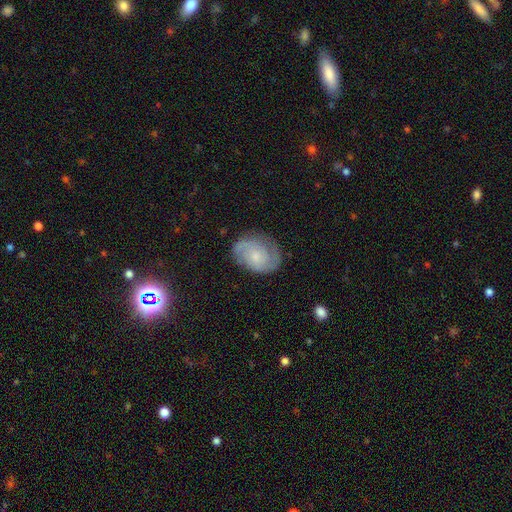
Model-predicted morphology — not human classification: Smooth or featured? featured or disk (71%)
Edge-on disk? no (97%)
Bar? no (71%)
Spiral arms? yes (93%)
Spiral winding? medium (43%)
Spiral arm count? 2 (76%)
Bulge size? small (57%)
Merging? none (75%)